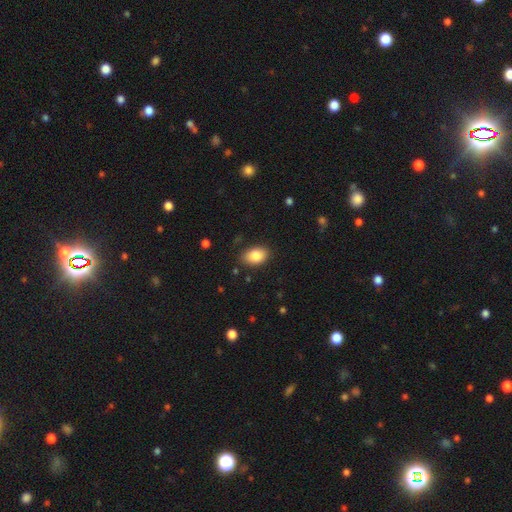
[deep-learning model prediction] smooth 85%, featured or disk 8%, star or artifact 7%. Down the decision tree: how rounded — in between (89%); merging — none (84%).